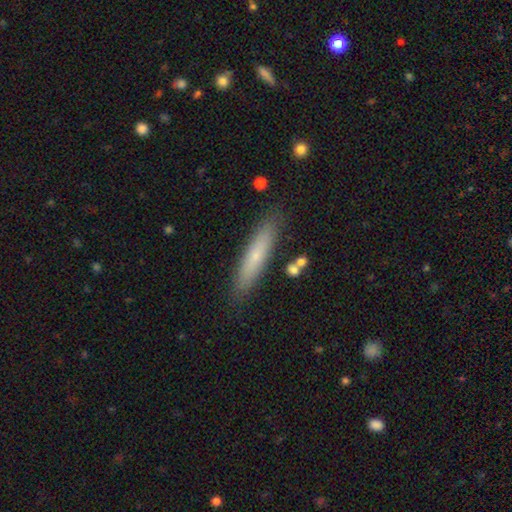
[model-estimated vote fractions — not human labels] This is likely a smooth galaxy (62%). How rounded: clearly cigar-shaped (86%). Merging: clearly none (86%).